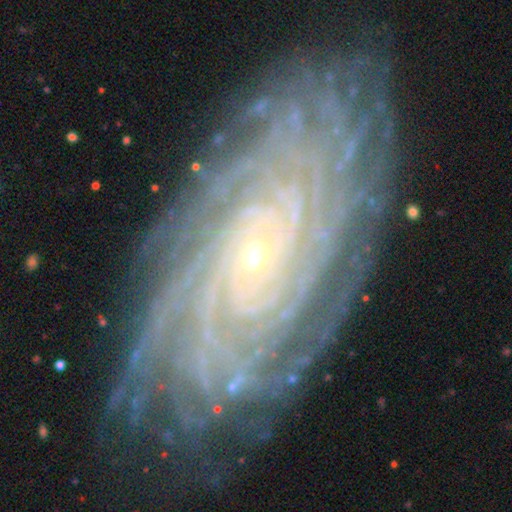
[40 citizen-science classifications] A featured or disk galaxy (90%) with no bar (71%), more than 4 (53%) tight (85%) spiral arms (97%) and a small central bulge (86%).

Vote fractions:
- Smooth or featured? featured or disk: 90% / smooth: 5% / star or artifact: 5%
- Edge-on disk? no: 97% / yes: 3%
- Bar? no: 71% / strong: 14% / weak: 14%
- Spiral arms? yes: 97% / no: 3%
- Spiral winding? tight: 85% / medium: 12% / loose: 3%
- Spiral arm count? more than 4: 53% / 4: 24% / can't tell: 15% / 3: 6% / 2: 3% / 1: 0%
- Bulge size? small: 86% / moderate: 14% / dominant: 0% / large: 0% / none: 0%
- Merging? none: 71% / minor disturbance: 21% / major disturbance: 8% / merger: 0%